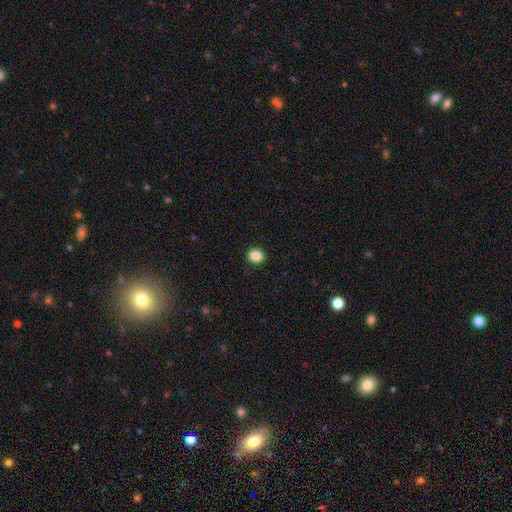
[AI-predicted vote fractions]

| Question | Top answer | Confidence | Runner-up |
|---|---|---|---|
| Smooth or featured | smooth | 86% | star or artifact (10%) |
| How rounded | round | 79% | in between (20%) |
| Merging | none | 92% | minor disturbance (5%) |